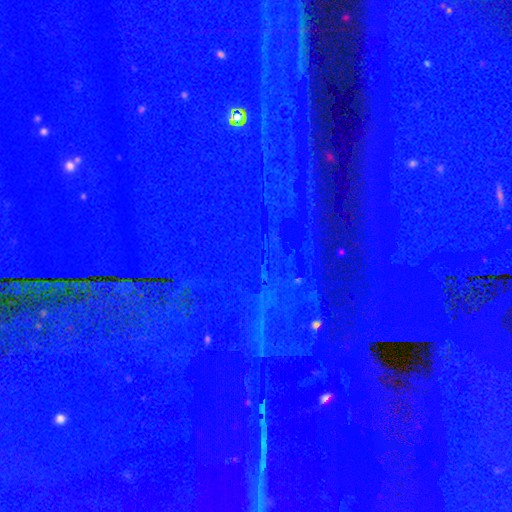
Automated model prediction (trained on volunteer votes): This is clearly a star or artifact rather than a galaxy (89%).